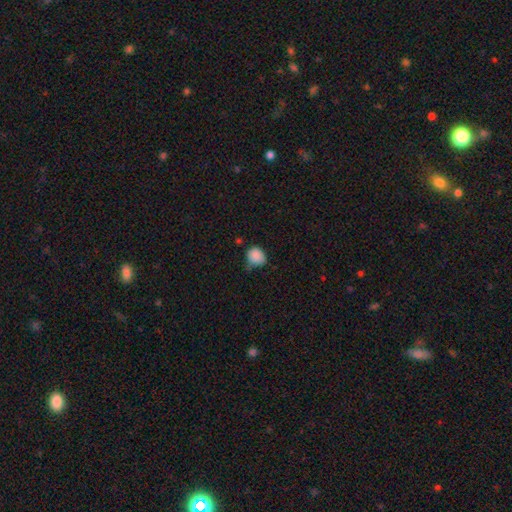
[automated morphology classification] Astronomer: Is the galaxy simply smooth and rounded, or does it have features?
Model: smooth — 86%.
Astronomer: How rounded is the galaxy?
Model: round — 65%.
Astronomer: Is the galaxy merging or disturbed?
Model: none — 47% (runner-up: minor disturbance, 40%).